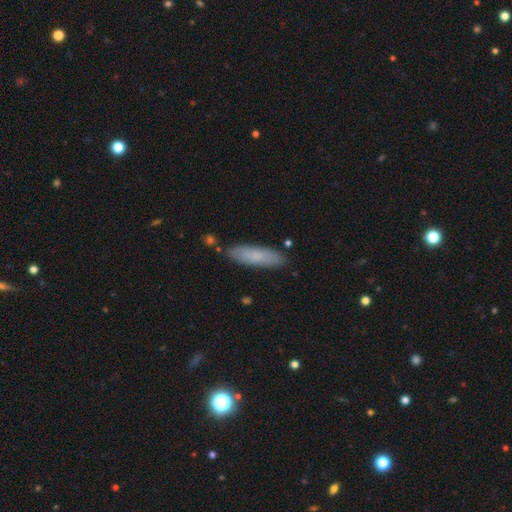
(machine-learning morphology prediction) Overall: smooth (78%). How rounded: cigar-shaped (63%; in between 35%). Merging: none (84%).